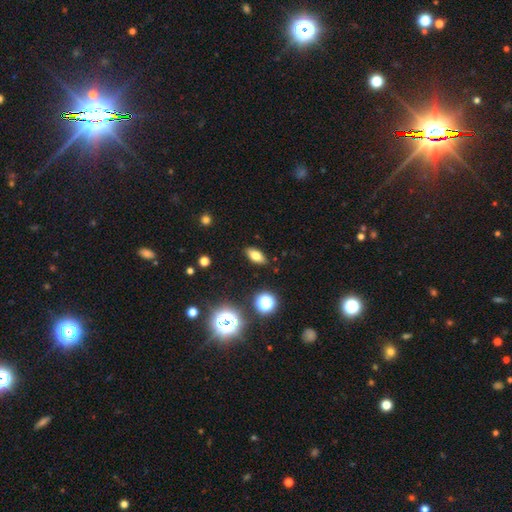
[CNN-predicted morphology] A smooth galaxy with no disk features (72%) that is in between round and cigar-shaped (83%). Merging: none (88%).